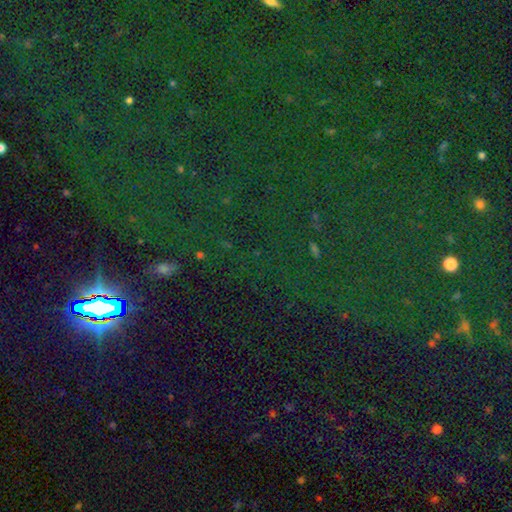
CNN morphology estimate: Smooth or featured: star or artifact — 84% (smooth — 9%)